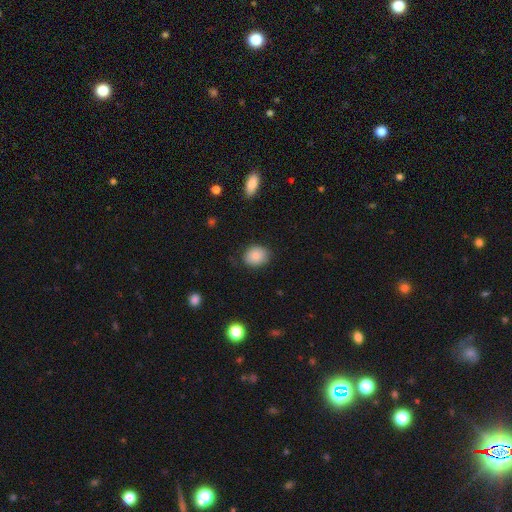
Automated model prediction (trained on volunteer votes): The model was most divided on "how rounded": round: 53%, in between: 46%, cigar-shaped: 1%. More confident: smooth or featured — smooth (82%); merging — none (80%).